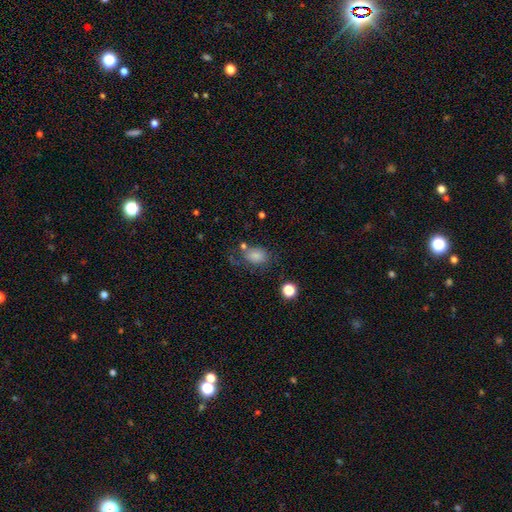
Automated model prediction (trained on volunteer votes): smooth_or_featured: smooth (p=0.79) [alt: star or artifact p=0.11]
how_rounded: in between (p=0.73) [alt: round p=0.25]
merging: none (p=0.55) [alt: minor disturbance p=0.21]